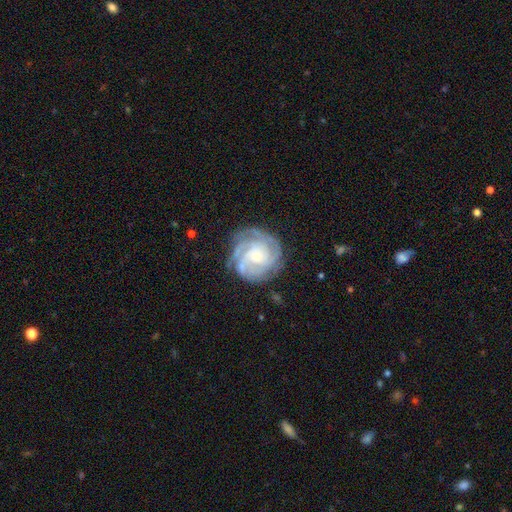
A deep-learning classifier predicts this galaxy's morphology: type=featured or disk (86%); edge-on=no (98%); bar=no (70%); spiral arms=yes (97%); winding=tight (72%); arm count=3 (32%); bulge=small (58%); merging=none (75%).